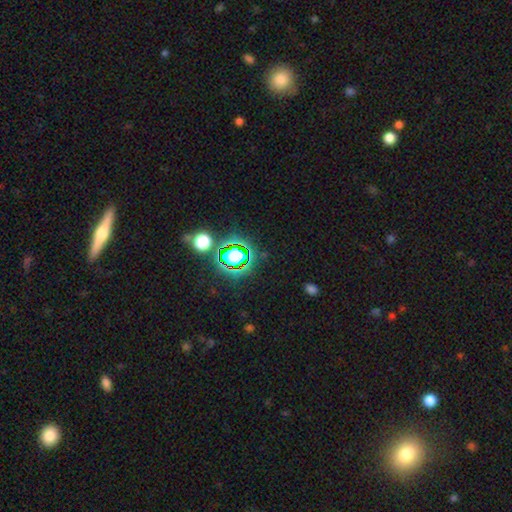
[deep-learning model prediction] This is likely a star or artifact rather than a galaxy (74%).